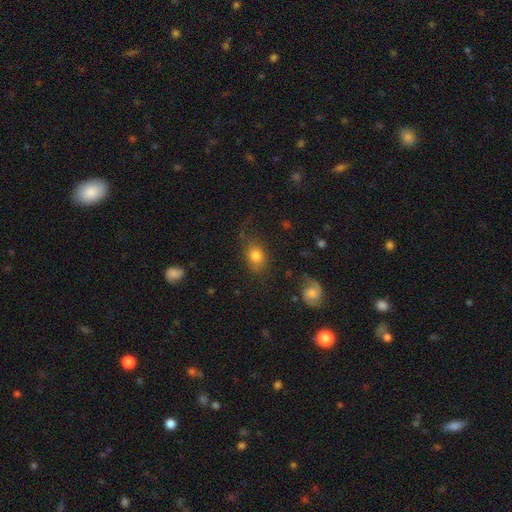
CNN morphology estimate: type=smooth (77%); roundness=in between (57%); merging=none (64%).